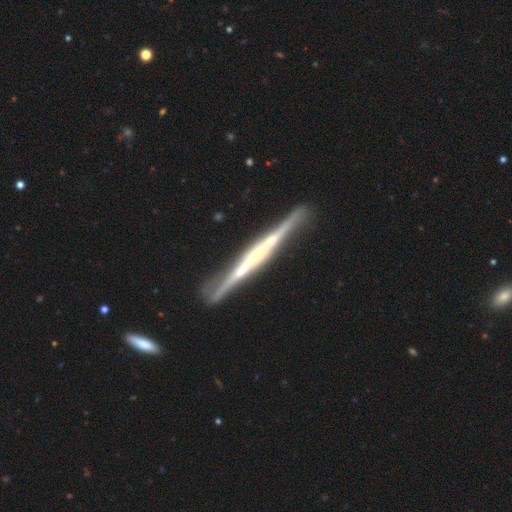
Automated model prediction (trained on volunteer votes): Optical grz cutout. It shows a featured or disk galaxy (79%) viewed edge-on (97%) with no central bulge (48%). Merging: none (82%).